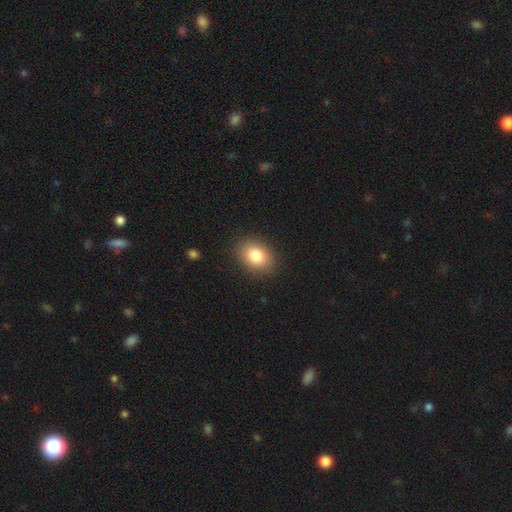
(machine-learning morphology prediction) Smooth or featured? Predicted: smooth (p=0.82). How rounded? Predicted: in between (p=0.69). Merging? Predicted: none (p=0.89).